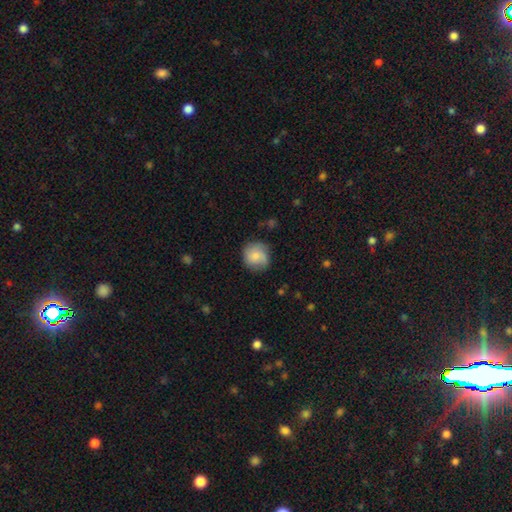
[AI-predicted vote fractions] smooth 71%, featured or disk 22%, star or artifact 7%. Down the decision tree: how rounded — round (88%); merging — none (73%).